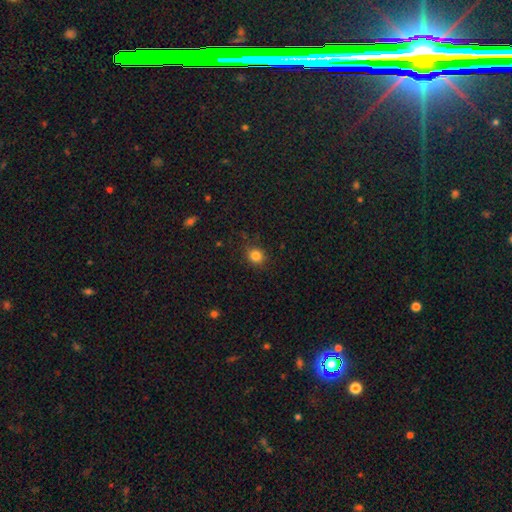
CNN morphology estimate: Smooth or featured? Predicted: smooth (p=0.83). How rounded? Predicted: round (p=0.80). Merging? Predicted: none (p=0.86).